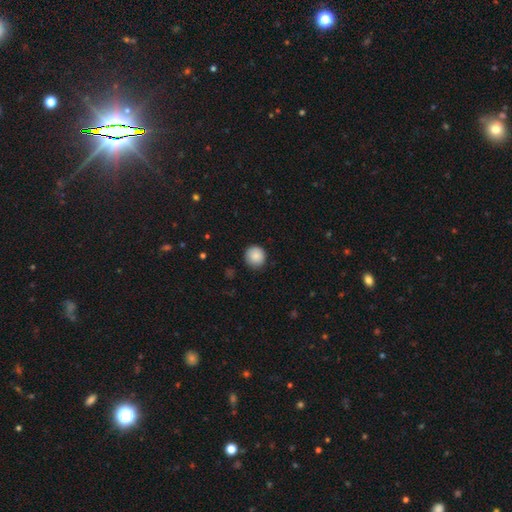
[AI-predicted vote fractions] smooth_or_featured: smooth (p=0.87) [alt: star or artifact p=0.08]
how_rounded: round (p=0.94) [alt: in between p=0.05]
merging: none (p=0.87) [alt: minor disturbance p=0.10]